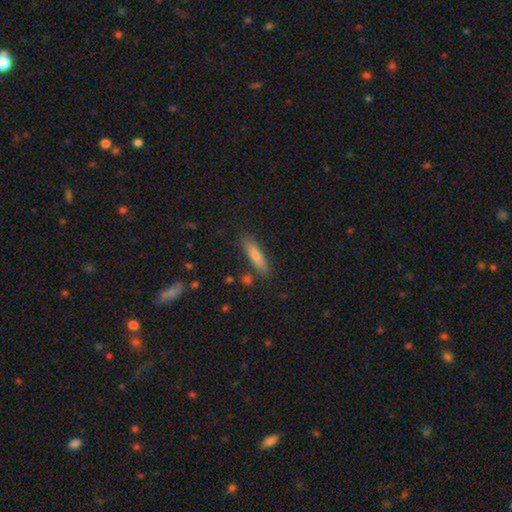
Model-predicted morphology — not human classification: Overall: smooth (71%). How rounded: cigar-shaped (77%). Merging: none (84%).